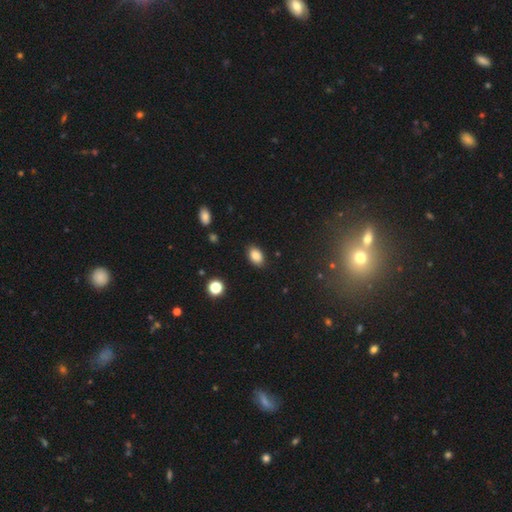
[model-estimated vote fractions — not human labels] smooth-or-featured: smooth: 86% | star or artifact: 9% | featured or disk: 5%
  how-rounded: in between: 87% | round: 12% | cigar-shaped: 1%
  merging: none: 85% | minor disturbance: 11% | major disturbance: 3% | merger: 1%